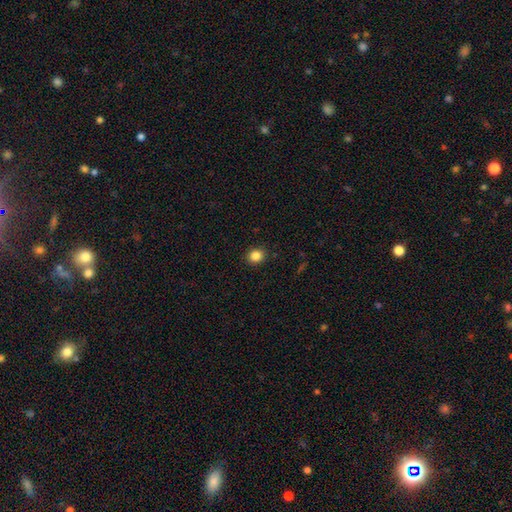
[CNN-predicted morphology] Smooth or featured? smooth (84%)
How rounded? round (75%)
Merging? none (91%)